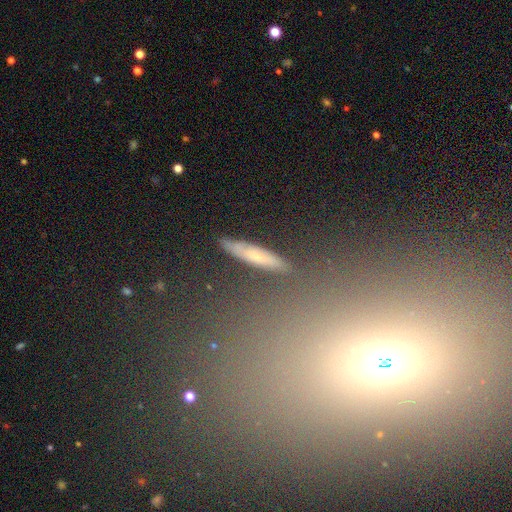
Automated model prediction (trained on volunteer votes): Morphology: type=smooth (51%); roundness=cigar-shaped (88%); merging=none (82%).